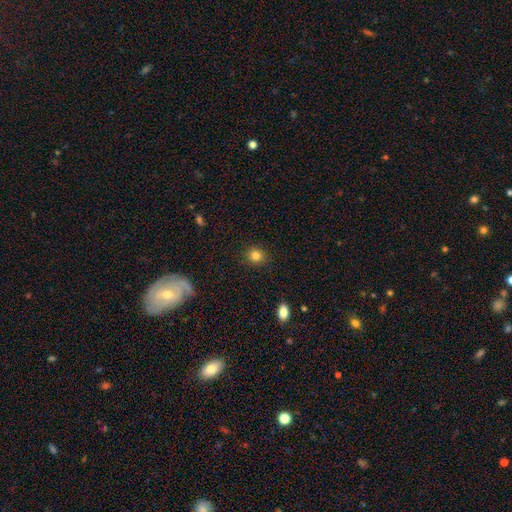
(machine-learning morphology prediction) Smooth or featured?
  - smooth: 83% *
  - star or artifact: 11%
  - featured or disk: 5%
How rounded?
  - round: 81% *
  - in between: 18%
  - cigar-shaped: 1%
Merging?
  - none: 90% *
  - minor disturbance: 7%
  - major disturbance: 2%
  - merger: 1%